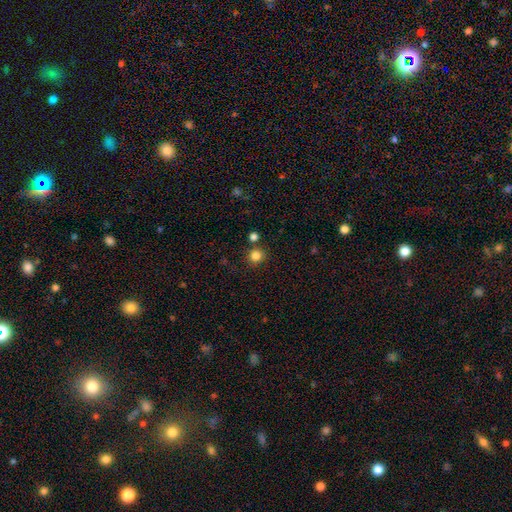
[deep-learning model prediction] Q: Smooth or featured?
A: smooth (83%); runner-up: star or artifact (13%)
Q: How rounded?
A: round (90%); runner-up: in between (9%)
Q: Merging?
A: none (83%); runner-up: minor disturbance (8%)